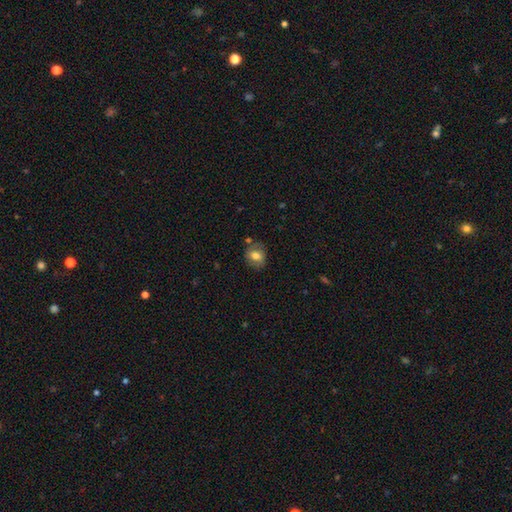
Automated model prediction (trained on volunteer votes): This appears to be a smooth galaxy with no disk features (73%) that is round (62%). Merging: none (75%).